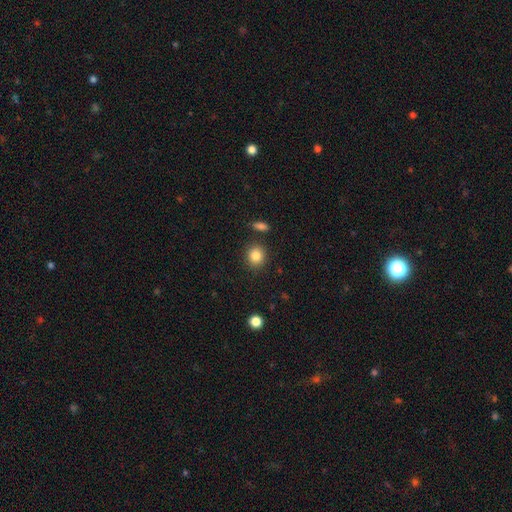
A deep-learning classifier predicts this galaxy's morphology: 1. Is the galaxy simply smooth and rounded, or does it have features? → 85% smooth, 9% star or artifact, 6% featured or disk.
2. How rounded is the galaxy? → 86% round, 13% in between, 1% cigar-shaped.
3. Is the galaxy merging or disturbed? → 87% none, 7% minor disturbance, 4% merger, 2% major disturbance.